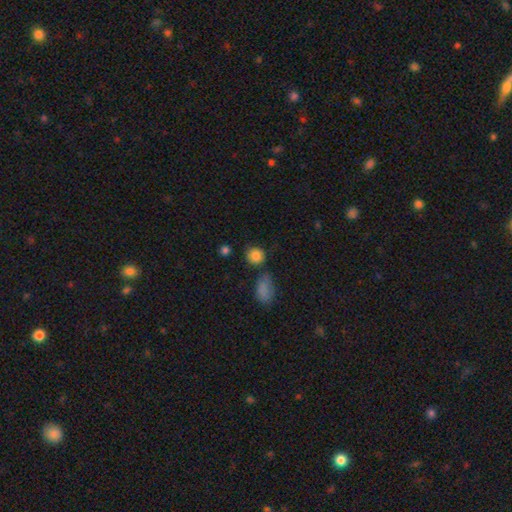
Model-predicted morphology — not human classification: type=smooth (85%); roundness=round (83%); merging=none (71%).